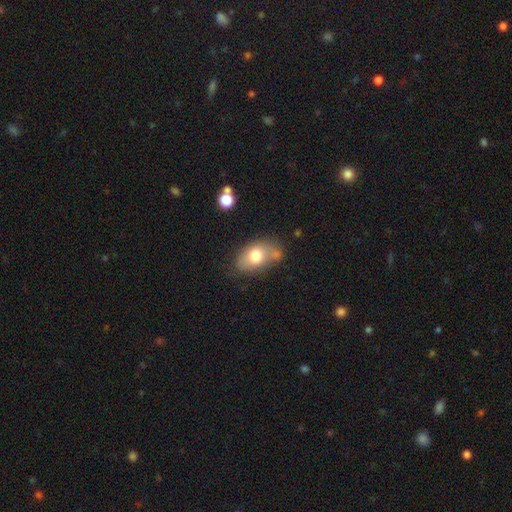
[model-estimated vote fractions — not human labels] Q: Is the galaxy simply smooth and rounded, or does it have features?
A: smooth — 73%.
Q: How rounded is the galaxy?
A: in between — 88%.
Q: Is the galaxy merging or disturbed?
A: none — 57%.